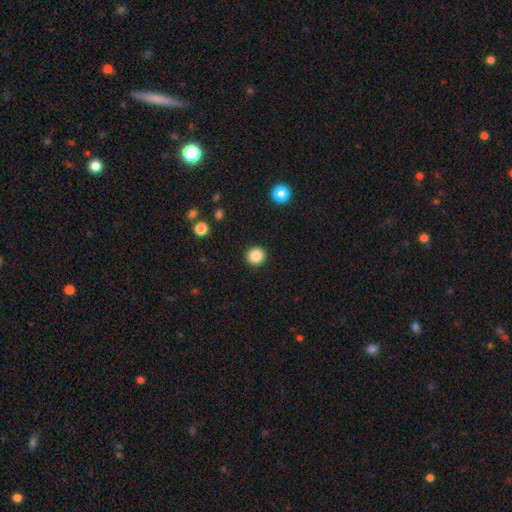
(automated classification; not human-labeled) This appears to be a smooth galaxy with no disk features (86%) that is round (95%). Merging: none (93%).